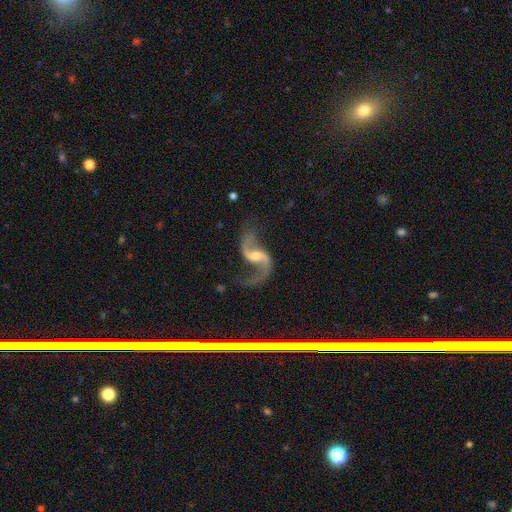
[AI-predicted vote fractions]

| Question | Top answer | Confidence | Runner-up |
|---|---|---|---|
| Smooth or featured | featured or disk | 92% | star or artifact (5%) |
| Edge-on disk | no | 98% | yes (2%) |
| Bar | weak | 47% | no (35%) |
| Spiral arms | yes | 98% | no (2%) |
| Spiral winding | loose | 85% | medium (13%) |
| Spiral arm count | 2 | 93% | 1 (3%) |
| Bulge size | moderate | 49% | small (41%) |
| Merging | none | 71% | minor disturbance (15%) |